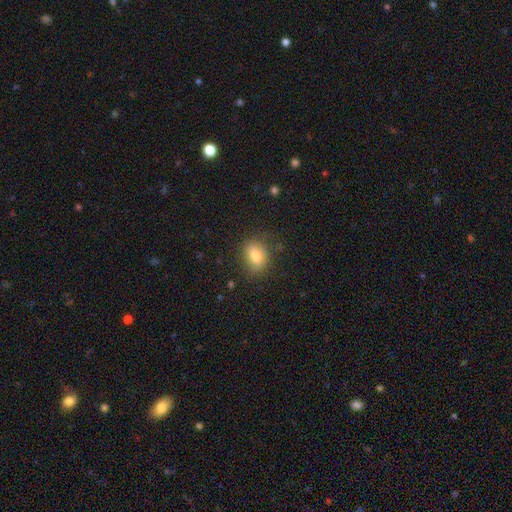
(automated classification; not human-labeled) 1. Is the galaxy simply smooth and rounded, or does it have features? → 78% smooth, 12% featured or disk, 10% star or artifact.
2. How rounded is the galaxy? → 70% in between, 28% round, 2% cigar-shaped.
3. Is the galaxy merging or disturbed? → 80% none, 15% minor disturbance, 4% major disturbance, 1% merger.